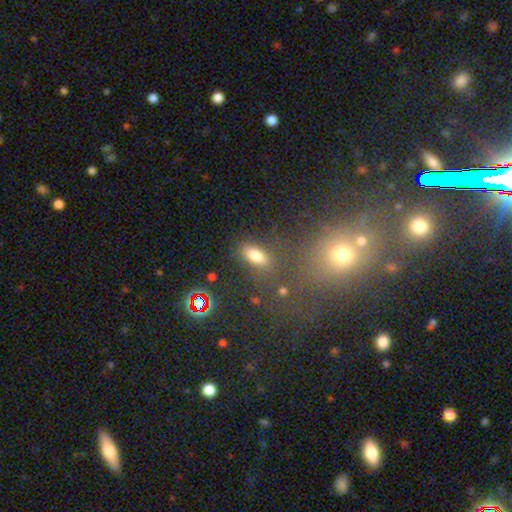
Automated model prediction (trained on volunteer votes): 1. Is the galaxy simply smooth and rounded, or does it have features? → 74% smooth, 15% star or artifact, 10% featured or disk.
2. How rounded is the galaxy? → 80% in between, 13% cigar-shaped, 7% round.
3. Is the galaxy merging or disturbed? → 78% none, 13% minor disturbance, 5% major disturbance, 4% merger.